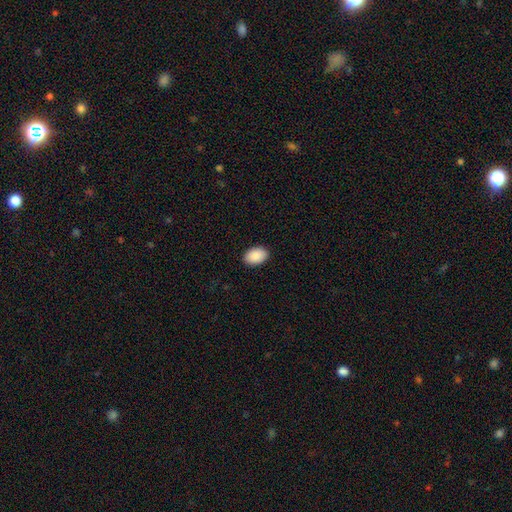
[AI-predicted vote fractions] A smooth galaxy with no disk features (91%) that is in between round and cigar-shaped (89%). Merging: none (90%).